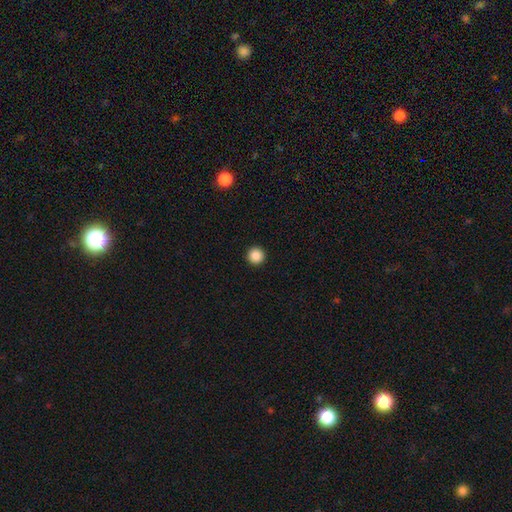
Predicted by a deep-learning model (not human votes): Smooth or featured?
  - smooth: 88% *
  - star or artifact: 10%
  - featured or disk: 3%
How rounded?
  - round: 97% *
  - in between: 2%
  - cigar-shaped: 1%
Merging?
  - none: 94% *
  - minor disturbance: 3%
  - major disturbance: 1%
  - merger: 1%